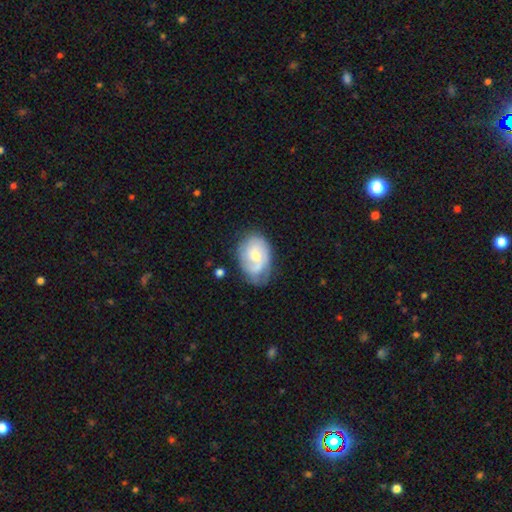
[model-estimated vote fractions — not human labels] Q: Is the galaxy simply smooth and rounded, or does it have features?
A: featured or disk — 58%.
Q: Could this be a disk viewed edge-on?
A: no — 96%.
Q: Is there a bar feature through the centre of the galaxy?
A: no — 66%.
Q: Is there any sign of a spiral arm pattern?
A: yes — 77%.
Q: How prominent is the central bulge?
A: moderate — 52%.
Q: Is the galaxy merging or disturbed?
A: none — 47%.